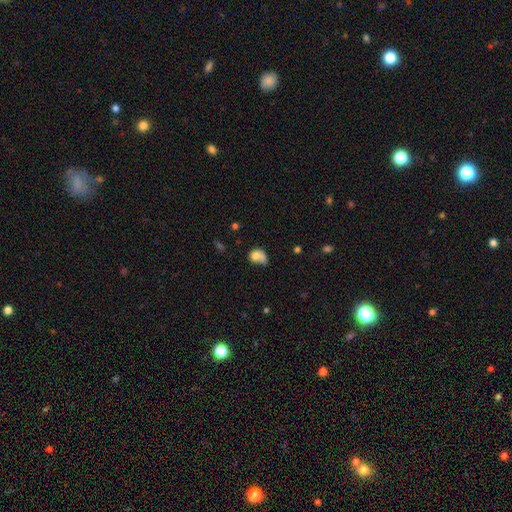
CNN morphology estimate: Smooth or featured? Predicted: smooth (p=0.71). How rounded? Predicted: round (p=0.50). Merging? Predicted: none (p=0.29).